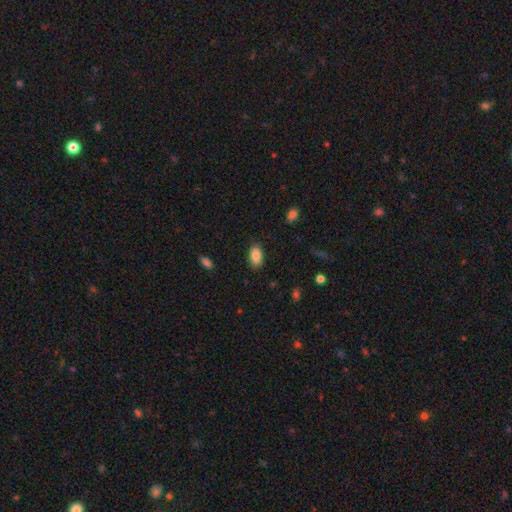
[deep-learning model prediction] The model was most divided on "merging": none: 87%, minor disturbance: 10%, major disturbance: 2%, merger: 1%. More confident: how rounded — in between (93%); smooth or featured — smooth (85%).